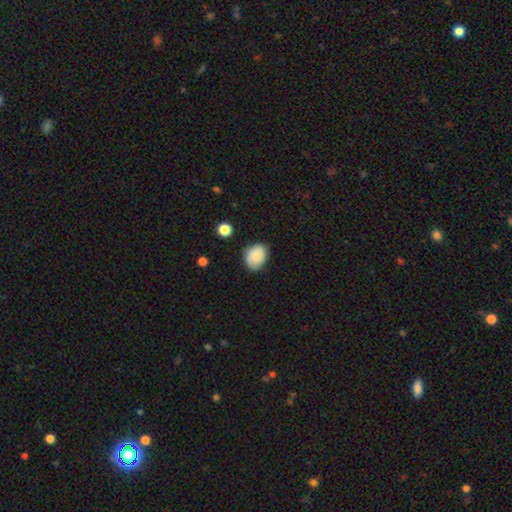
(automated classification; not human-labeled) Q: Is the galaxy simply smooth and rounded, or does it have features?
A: smooth — 83%.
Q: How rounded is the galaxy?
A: in between — 62%.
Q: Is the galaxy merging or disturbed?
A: none — 73%.